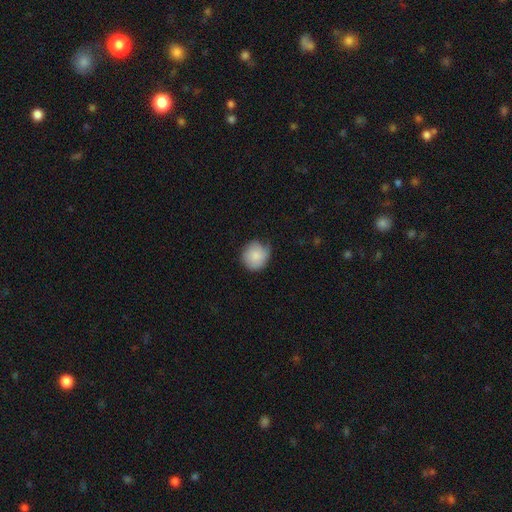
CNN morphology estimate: type=smooth (84%); roundness=round (89%); merging=none (62%).